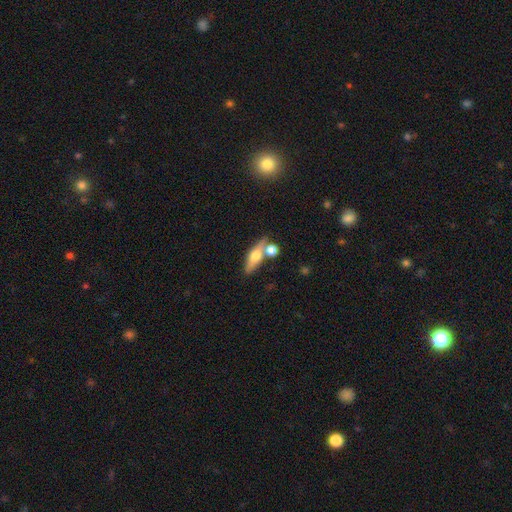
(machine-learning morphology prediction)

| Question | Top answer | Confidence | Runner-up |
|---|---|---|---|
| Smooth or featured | smooth | 52% | featured or disk (39%) |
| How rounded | in between | 50% | cigar-shaped (42%) |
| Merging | none | 57% | merger (26%) |